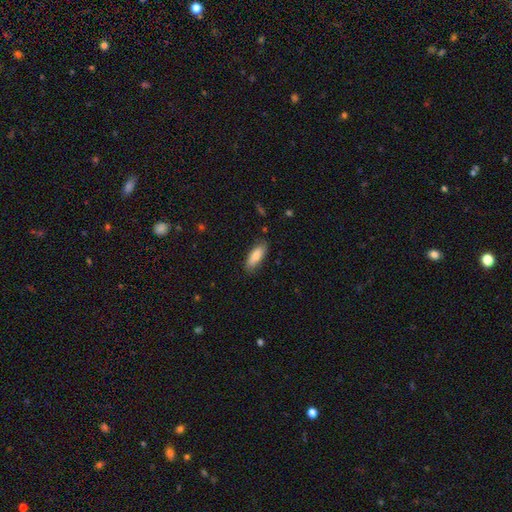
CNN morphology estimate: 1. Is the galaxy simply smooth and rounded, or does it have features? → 81% smooth, 13% featured or disk, 6% star or artifact.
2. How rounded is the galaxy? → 69% in between, 29% cigar-shaped, 2% round.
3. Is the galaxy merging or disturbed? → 81% none, 15% minor disturbance, 3% major disturbance, 1% merger.